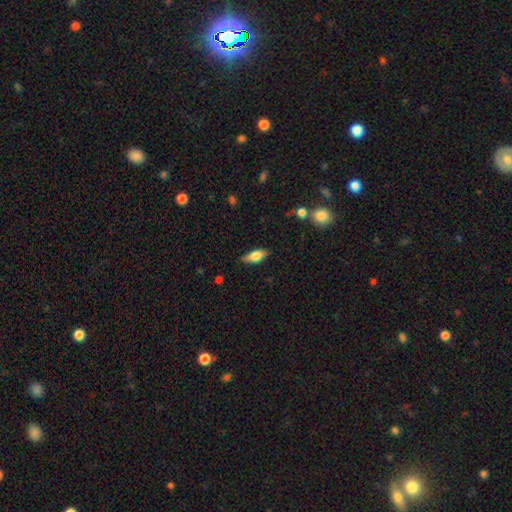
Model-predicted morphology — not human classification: Smooth or featured: smooth — 71% (featured or disk — 22%)
How rounded: in between — 79% (cigar-shaped — 18%)
Merging: none — 83% (minor disturbance — 13%)